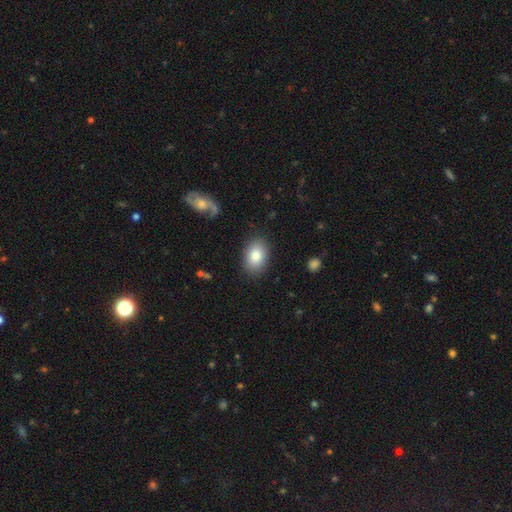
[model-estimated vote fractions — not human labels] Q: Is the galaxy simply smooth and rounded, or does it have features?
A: smooth — 83%.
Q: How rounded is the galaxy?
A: in between — 86%.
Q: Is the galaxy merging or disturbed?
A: none — 87%.